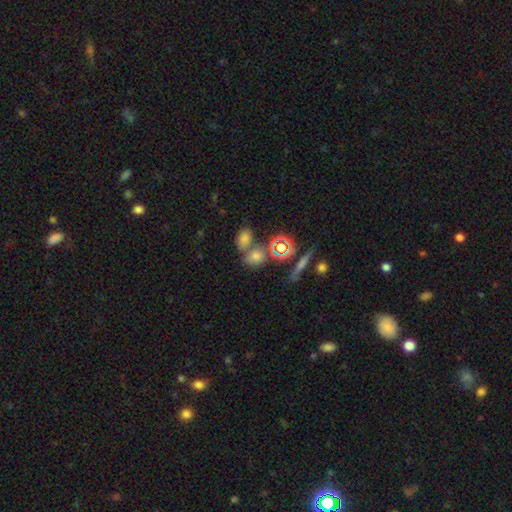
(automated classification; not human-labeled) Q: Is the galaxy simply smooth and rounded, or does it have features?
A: smooth — 59%.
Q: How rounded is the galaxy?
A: round — 50%.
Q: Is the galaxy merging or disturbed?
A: none — 52%.